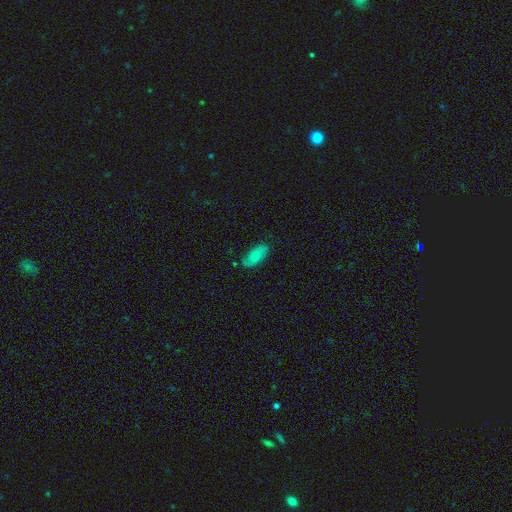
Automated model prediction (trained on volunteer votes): Smooth or featured? smooth (73%)
How rounded? in between (90%)
Merging? none (65%)